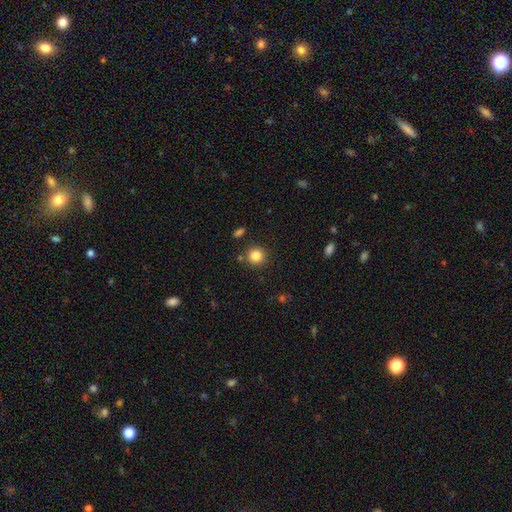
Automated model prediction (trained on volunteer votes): The model was most divided on "smooth or featured": smooth: 84%, star or artifact: 11%, featured or disk: 5%. More confident: how rounded — round (92%); merging — none (85%).